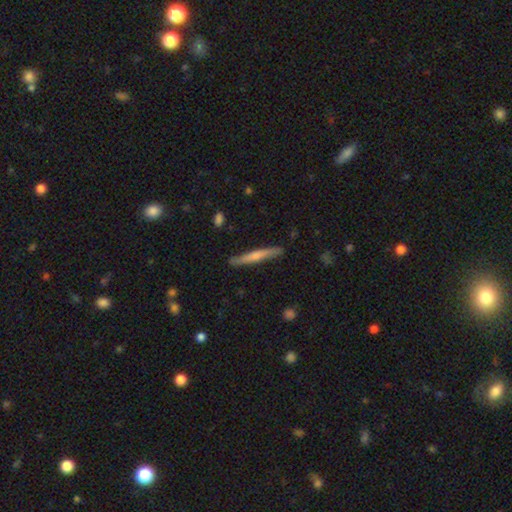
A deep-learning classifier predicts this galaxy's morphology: This is possibly a smooth galaxy (52%). How rounded: clearly cigar-shaped (95%). Merging: clearly none (86%).